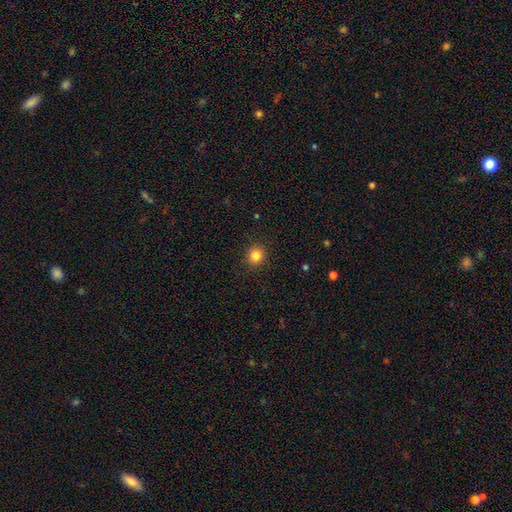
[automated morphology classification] smooth-or-featured: smooth: 83% | star or artifact: 12% | featured or disk: 5%
  how-rounded: round: 87% | in between: 12% | cigar-shaped: 1%
  merging: none: 90% | minor disturbance: 7% | major disturbance: 2% | merger: 1%